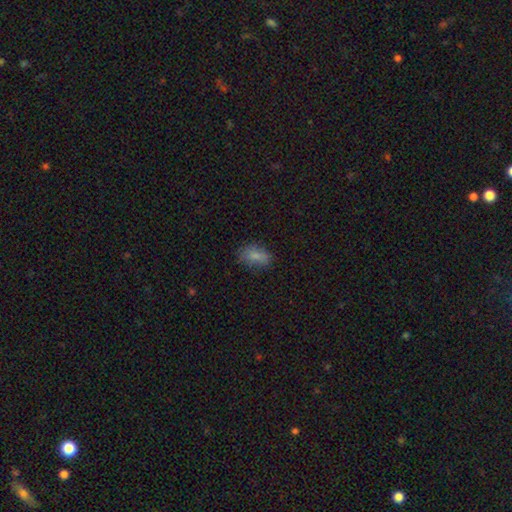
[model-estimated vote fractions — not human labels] smooth-or-featured: smooth: 80% | star or artifact: 11% | featured or disk: 10%
  how-rounded: in between: 85% | round: 13% | cigar-shaped: 2%
  merging: none: 72% | minor disturbance: 20% | major disturbance: 6% | merger: 2%